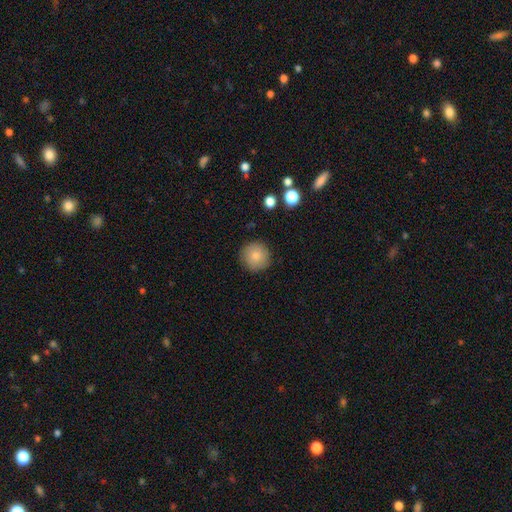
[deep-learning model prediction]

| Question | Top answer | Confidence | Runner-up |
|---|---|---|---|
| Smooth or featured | smooth | 83% | featured or disk (9%) |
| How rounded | round | 95% | in between (4%) |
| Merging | none | 89% | minor disturbance (8%) |